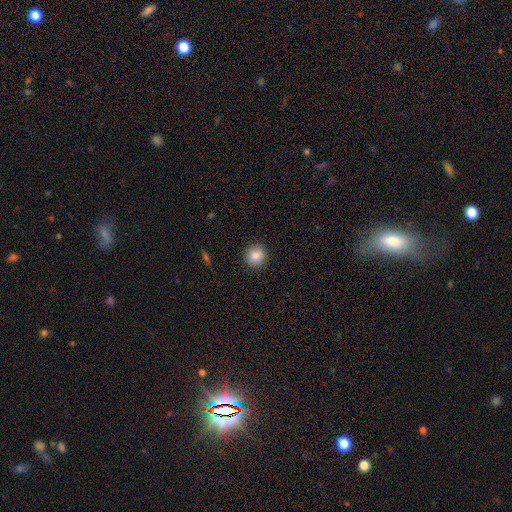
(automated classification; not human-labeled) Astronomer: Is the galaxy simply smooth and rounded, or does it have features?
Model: smooth — 85%.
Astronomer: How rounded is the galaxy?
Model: round — 93%.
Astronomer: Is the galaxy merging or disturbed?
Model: none — 91%.